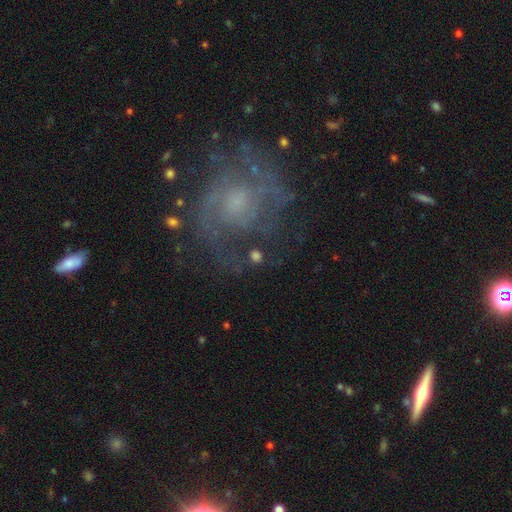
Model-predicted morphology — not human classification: type=featured or disk (57%); edge-on=no (97%); bar=no (66%); spiral arms=yes (81%); bulge=small (52%); merging=none (63%).